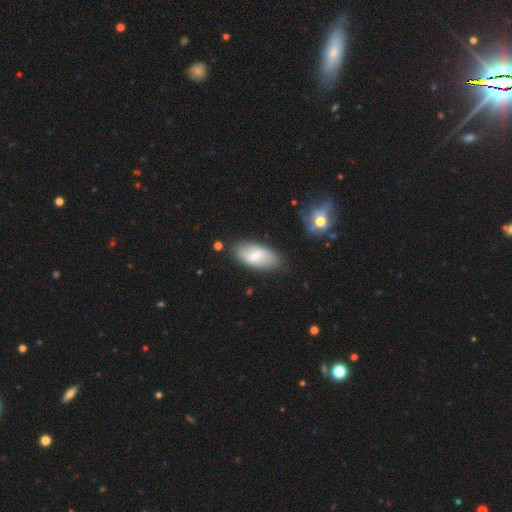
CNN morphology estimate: A smooth galaxy with no disk features (59%) that is in between round and cigar-shaped (92%).

Vote fractions:
- Smooth or featured? smooth: 59% / featured or disk: 34% / star or artifact: 6%
- How rounded? in between: 92% / cigar-shaped: 5% / round: 3%
- Merging? none: 81% / minor disturbance: 13% / major disturbance: 3% / merger: 2%